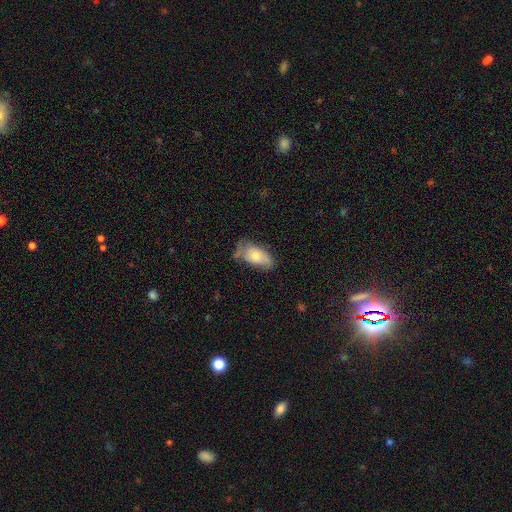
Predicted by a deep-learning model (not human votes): smooth 65%, featured or disk 28%, star or artifact 7%. Down the decision tree: how rounded — in between (91%); merging — none (46%).